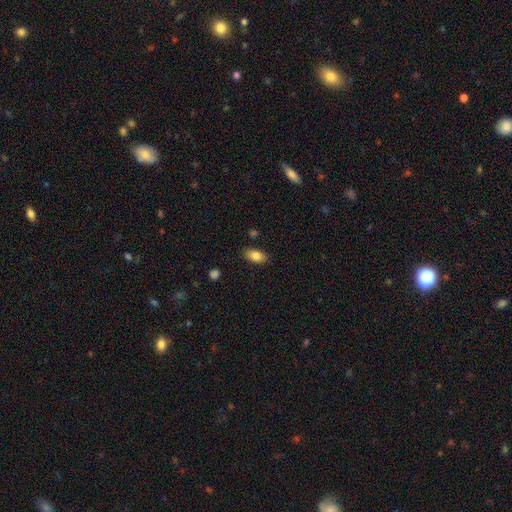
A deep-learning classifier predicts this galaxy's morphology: smooth 84%, featured or disk 9%, star or artifact 8%. Down the decision tree: how rounded — in between (91%); merging — none (86%).